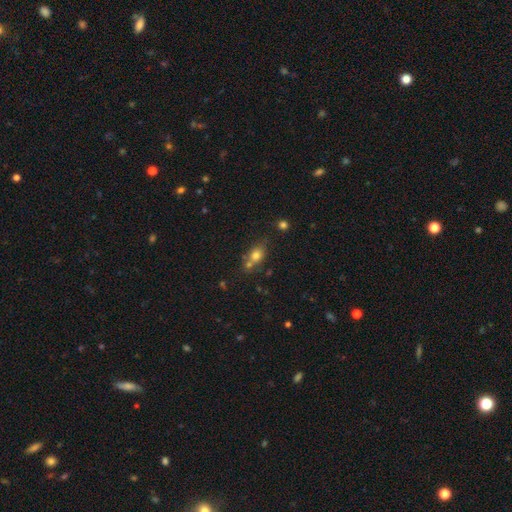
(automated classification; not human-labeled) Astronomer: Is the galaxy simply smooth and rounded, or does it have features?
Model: smooth — 72%.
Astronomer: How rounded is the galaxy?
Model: in between — 55% (runner-up: round, 40%).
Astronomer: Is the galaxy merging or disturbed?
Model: none — 54%.